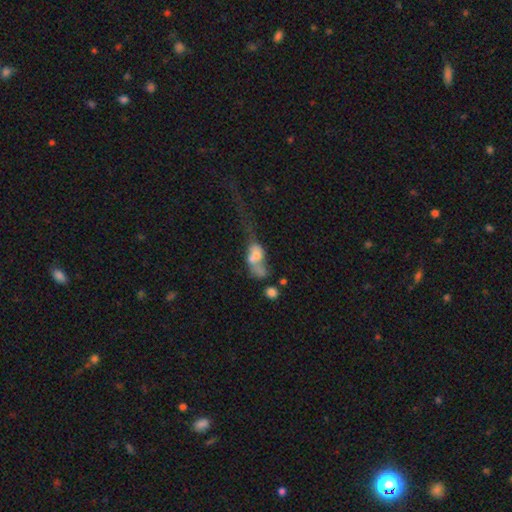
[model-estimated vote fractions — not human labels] This is possibly a smooth galaxy (50%). How rounded: likely in between (69%). Merging: possibly merger (56%).